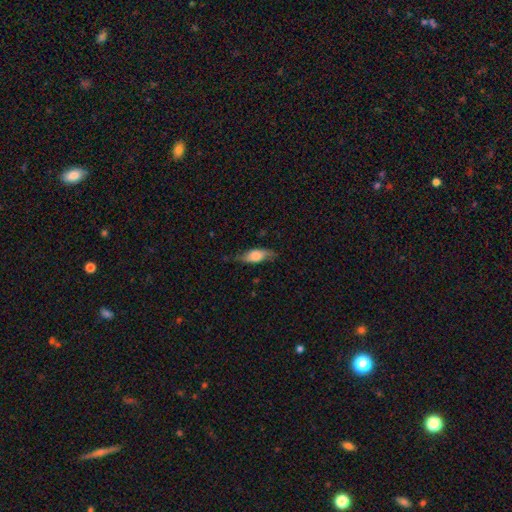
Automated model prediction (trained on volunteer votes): Smooth or featured? Predicted: smooth (p=0.56). How rounded? Predicted: in between (p=0.70). Merging? Predicted: none (p=0.68).